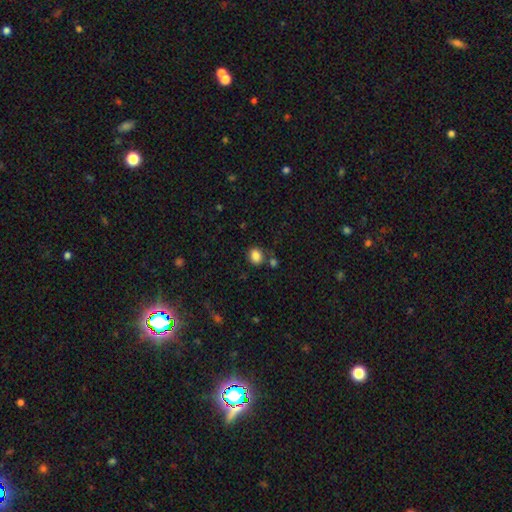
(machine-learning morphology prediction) The model was most divided on "how rounded": round: 59%, in between: 40%, cigar-shaped: 1%. More confident: smooth or featured — smooth (85%); merging — none (75%).